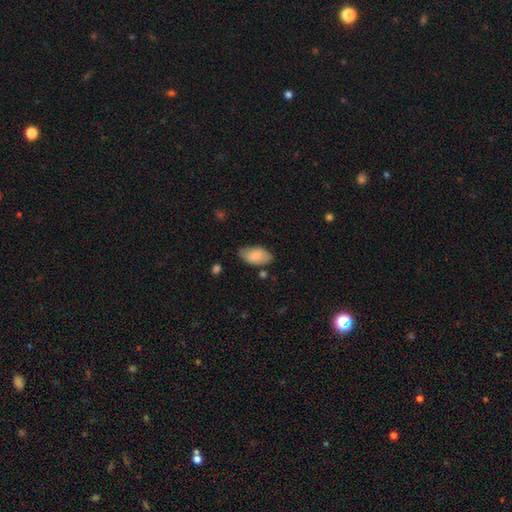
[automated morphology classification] smooth 83%, featured or disk 11%, star or artifact 6%. Down the decision tree: how rounded — in between (95%); merging — none (72%).